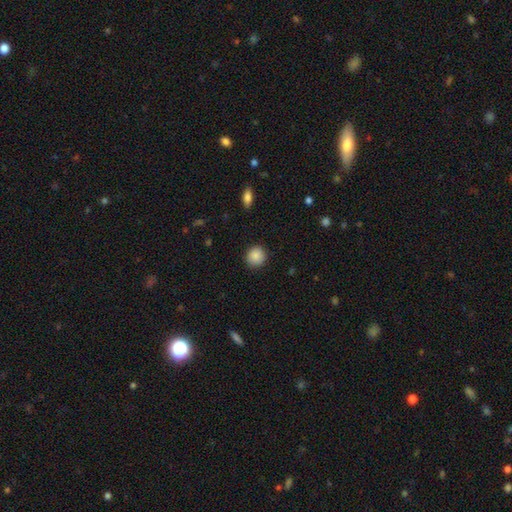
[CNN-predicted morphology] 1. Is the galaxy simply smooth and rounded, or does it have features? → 88% smooth, 8% star or artifact, 4% featured or disk.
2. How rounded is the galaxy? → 91% round, 8% in between, 1% cigar-shaped.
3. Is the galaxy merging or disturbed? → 90% none, 7% minor disturbance, 2% major disturbance, 1% merger.